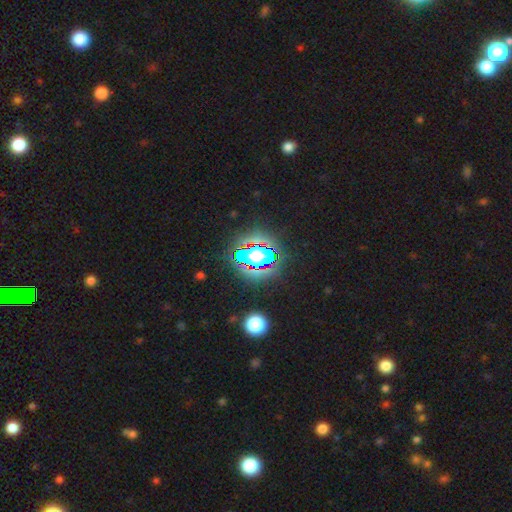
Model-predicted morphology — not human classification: Q: Smooth or featured?
A: star or artifact (61%); runner-up: smooth (26%)